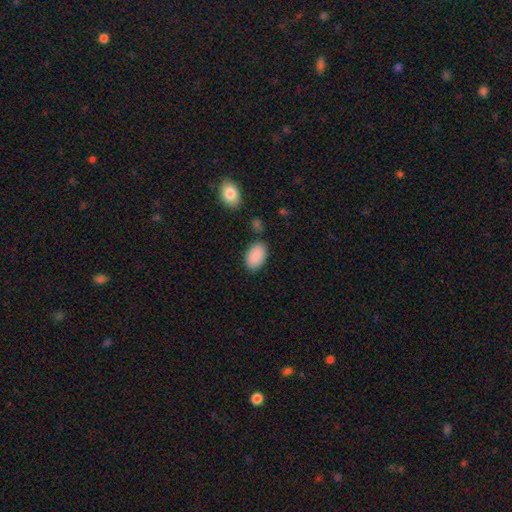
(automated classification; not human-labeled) Smooth or featured? smooth (90%)
How rounded? in between (93%)
Merging? none (82%)